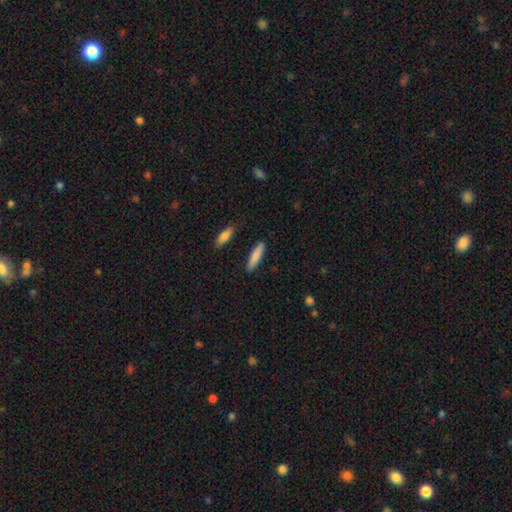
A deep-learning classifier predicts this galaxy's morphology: Overall: smooth (83%). How rounded: cigar-shaped (80%). Merging: none (89%).